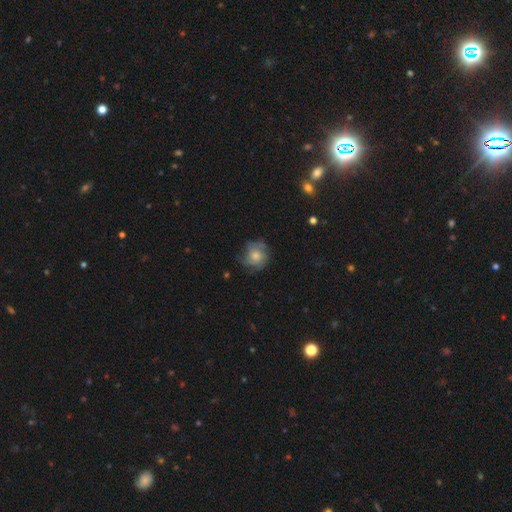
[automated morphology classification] A smooth galaxy with no disk features (48%). Merging: none (65%).